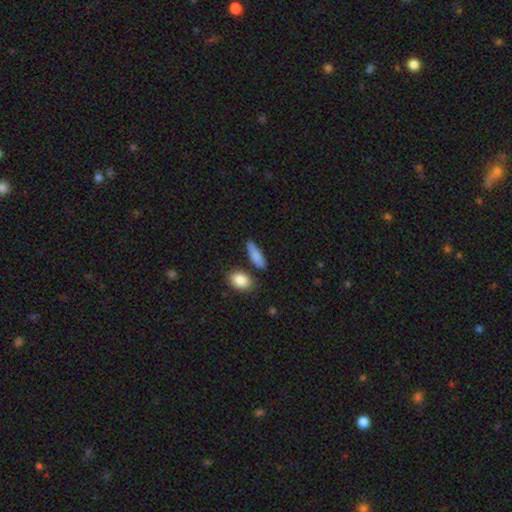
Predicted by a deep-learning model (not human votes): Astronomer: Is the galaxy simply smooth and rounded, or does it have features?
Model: smooth — 83%.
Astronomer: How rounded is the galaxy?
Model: cigar-shaped — 50% (runner-up: in between, 46%).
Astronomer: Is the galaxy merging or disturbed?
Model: none — 73%.